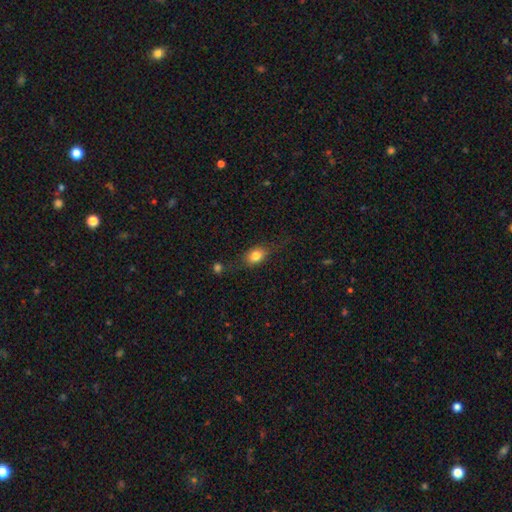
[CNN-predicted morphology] A smooth galaxy with no disk features (76%) that is in between round and cigar-shaped (66%). Merging: none (60%).